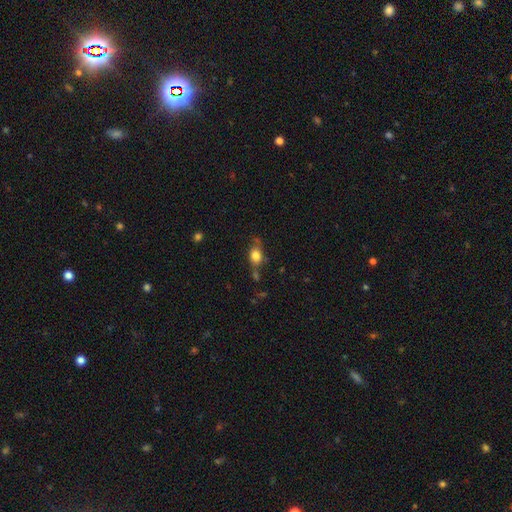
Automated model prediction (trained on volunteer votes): smooth 79%, featured or disk 10%, star or artifact 10%. Down the decision tree: how rounded — in between (61%); merging — none (61%).